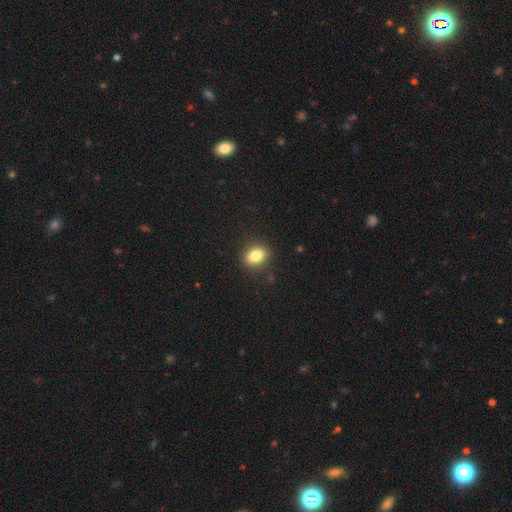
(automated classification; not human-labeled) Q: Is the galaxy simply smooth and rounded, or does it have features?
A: smooth — 83%.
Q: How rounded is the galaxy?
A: in between — 65%.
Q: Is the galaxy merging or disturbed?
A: none — 87%.